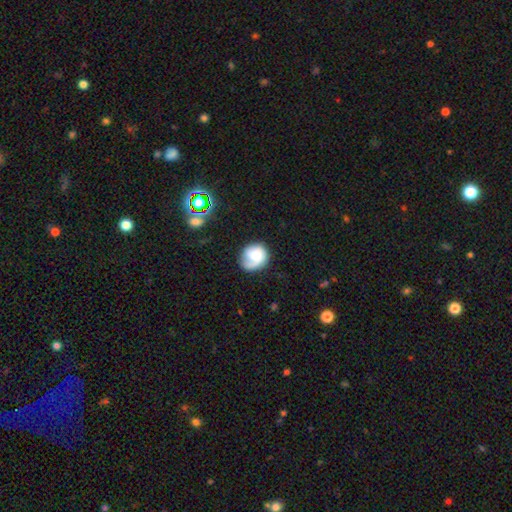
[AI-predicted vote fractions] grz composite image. It shows a smooth galaxy with no disk features (48%). Merging: none (61%).